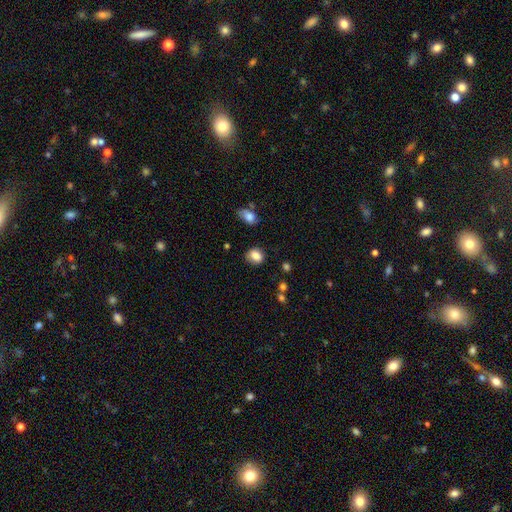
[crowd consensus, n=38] smooth_or_featured: smooth (p=0.84) [alt: star or artifact p=0.11]
how_rounded: round (p=0.50) [tied with: in between p=0.50]
merging: none (p=0.74) [alt: minor disturbance p=0.18]